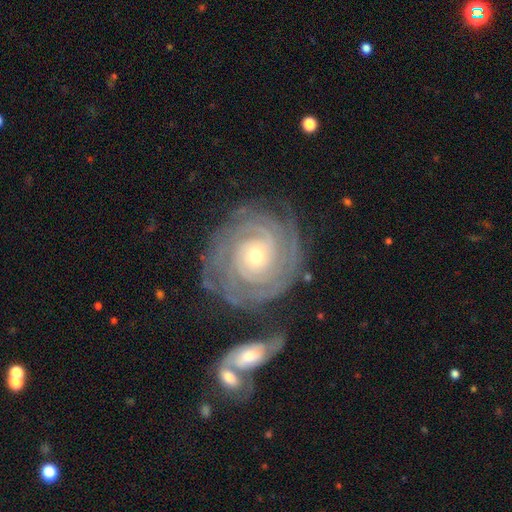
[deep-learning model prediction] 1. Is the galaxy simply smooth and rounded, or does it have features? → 88% featured or disk, 6% smooth, 5% star or artifact.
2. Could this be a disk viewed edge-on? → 97% no, 3% yes.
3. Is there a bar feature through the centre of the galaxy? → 77% no, 17% weak, 7% strong.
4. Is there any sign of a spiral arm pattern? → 97% yes, 3% no.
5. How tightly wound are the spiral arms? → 87% tight, 11% medium, 2% loose.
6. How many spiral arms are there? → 28% can't tell, 20% 2, 19% 3, 17% 4, 10% more than 4, 7% 1.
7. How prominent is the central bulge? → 60% small, 37% moderate, 2% large, 1% dominant, 1% none.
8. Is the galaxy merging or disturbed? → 72% none, 14% minor disturbance, 8% merger, 6% major disturbance.